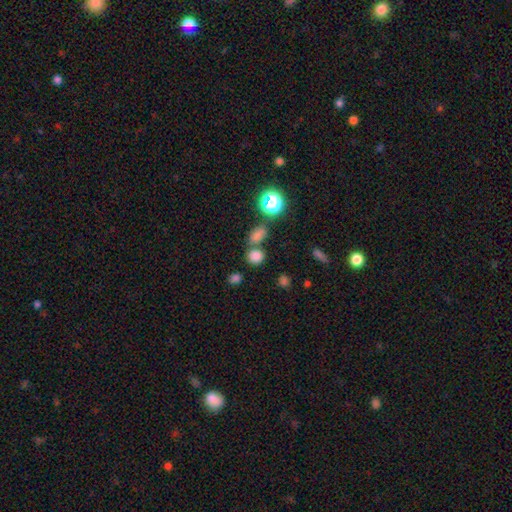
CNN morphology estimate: Overall: smooth (75%). How rounded: round (64%; in between 35%). Merging: none (60%; merger 26%).